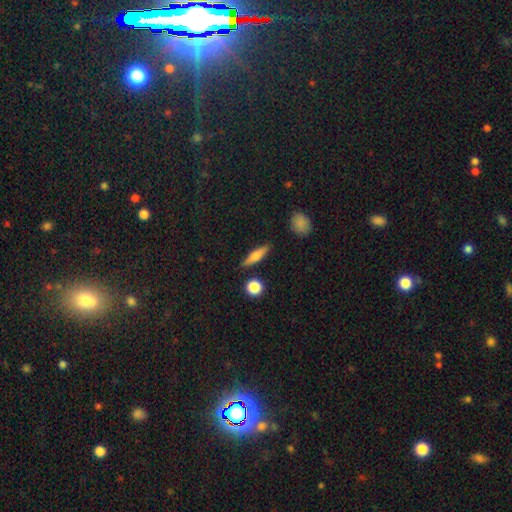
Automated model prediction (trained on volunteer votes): This is likely a smooth galaxy (61%). How rounded: likely cigar-shaped (70%). Merging: clearly none (86%).